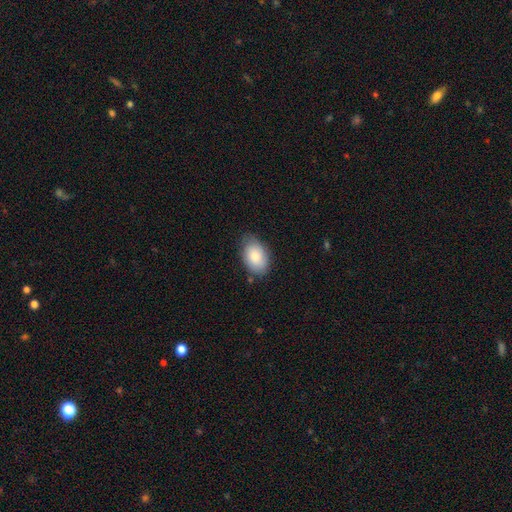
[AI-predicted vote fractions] smooth-or-featured: smooth: 84% | featured or disk: 10% | star or artifact: 6%
  how-rounded: in between: 90% | round: 8% | cigar-shaped: 1%
  merging: none: 72% | minor disturbance: 22% | major disturbance: 4% | merger: 2%